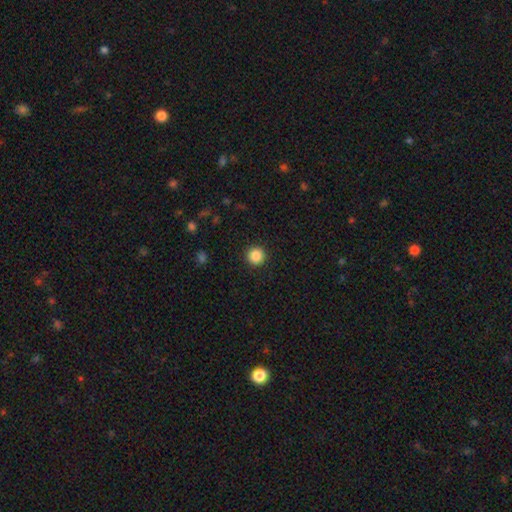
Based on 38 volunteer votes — This is clearly a smooth galaxy (95%). How rounded: clearly round (94%). Merging: clearly none (89%).